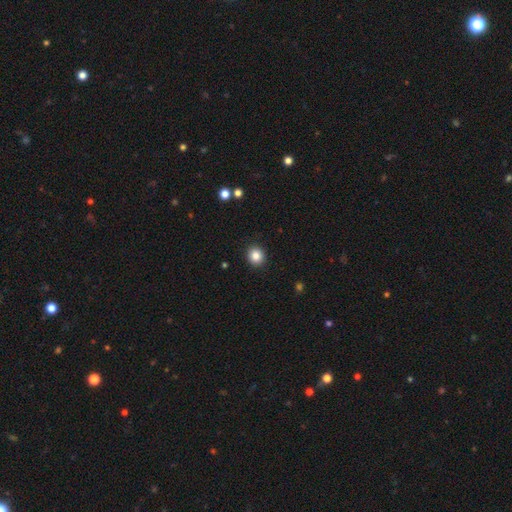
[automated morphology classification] This appears to be a smooth galaxy with no disk features (85%) that is round (87%). Merging: none (92%).